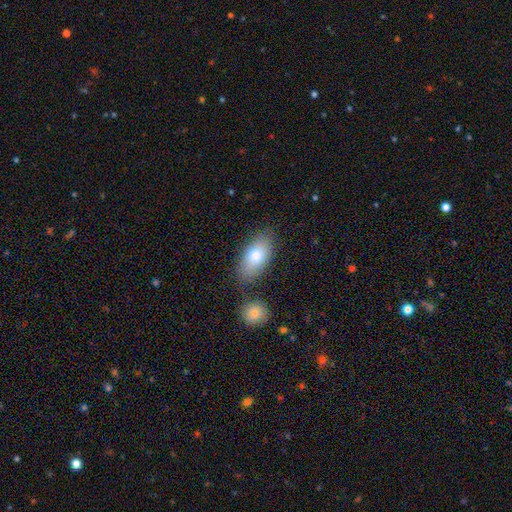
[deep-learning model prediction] Smooth or featured? smooth (79%)
How rounded? in between (91%)
Merging? none (74%)